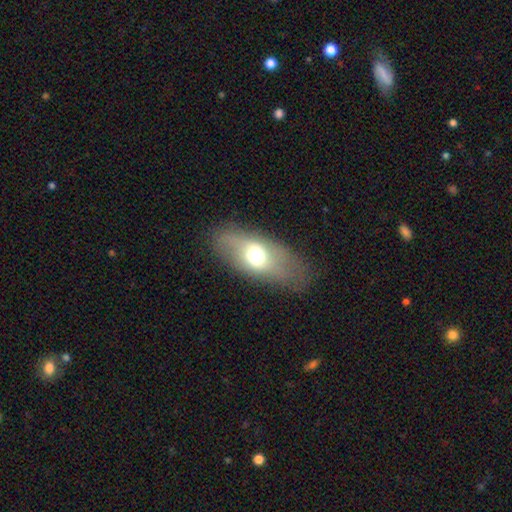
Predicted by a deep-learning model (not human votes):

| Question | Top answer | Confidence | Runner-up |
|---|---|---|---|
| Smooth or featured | smooth | 55% | featured or disk (36%) |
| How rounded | in between | 82% | cigar-shaped (10%) |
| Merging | none | 78% | minor disturbance (14%) |